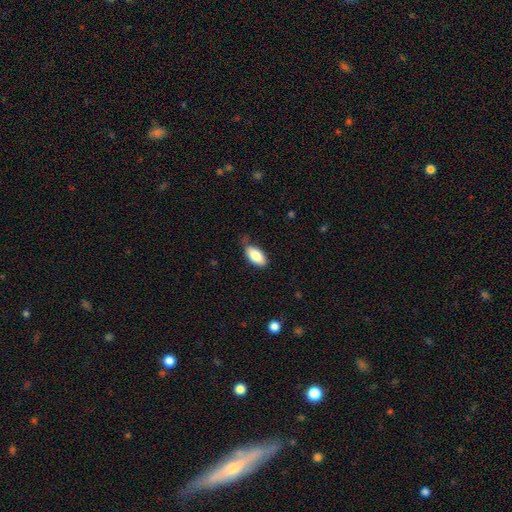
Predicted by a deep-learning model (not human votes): This is clearly a smooth galaxy (85%). How rounded: clearly in between (92%). Merging: likely none (67%).